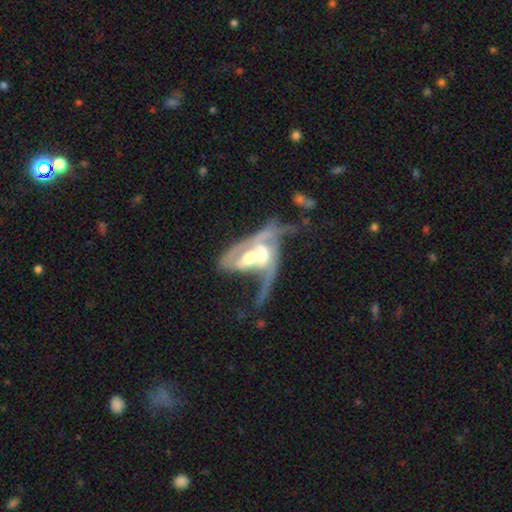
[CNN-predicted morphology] A featured or disk galaxy (75%) with no bar (59%), spiral arms (67%) and a moderate central bulge (62%). Merging: merger (74%).